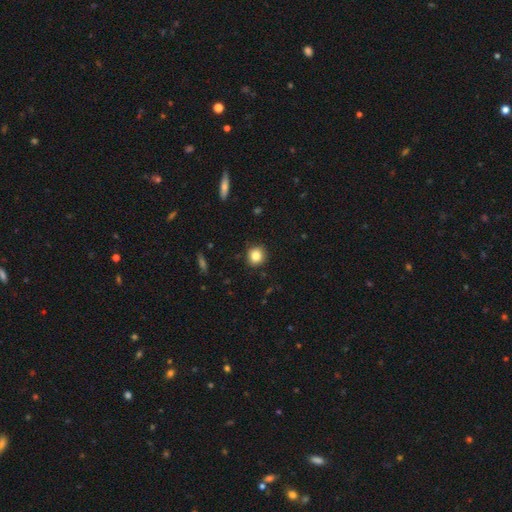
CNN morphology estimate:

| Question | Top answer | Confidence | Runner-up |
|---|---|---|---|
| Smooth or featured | smooth | 84% | star or artifact (10%) |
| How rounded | round | 89% | in between (10%) |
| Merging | none | 90% | minor disturbance (7%) |